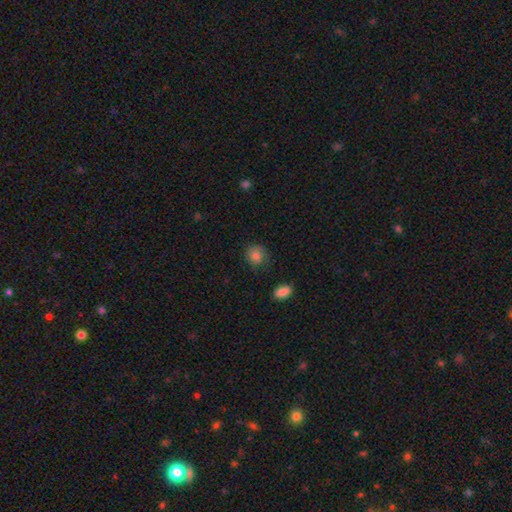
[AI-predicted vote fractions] Smooth or featured? Predicted: smooth (p=0.83). How rounded? Predicted: round (p=0.76). Merging? Predicted: none (p=0.70).